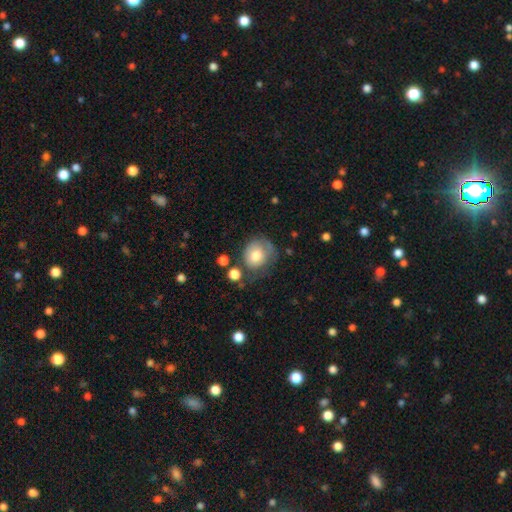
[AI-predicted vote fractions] smooth-or-featured: smooth: 71% | featured or disk: 21% | star or artifact: 8%
  how-rounded: round: 78% | in between: 21% | cigar-shaped: 1%
  merging: none: 48% | minor disturbance: 28% | major disturbance: 18% | merger: 6%